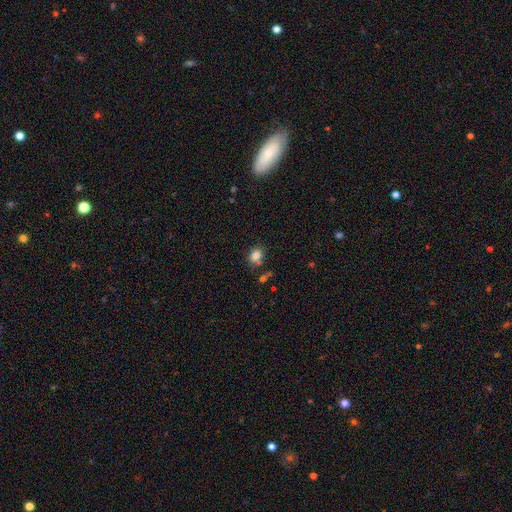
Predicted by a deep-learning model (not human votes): smooth-or-featured: smooth: 82% | star or artifact: 11% | featured or disk: 7%
  how-rounded: in between: 59% | round: 40% | cigar-shaped: 1%
  merging: none: 68% | minor disturbance: 16% | merger: 12% | major disturbance: 5%